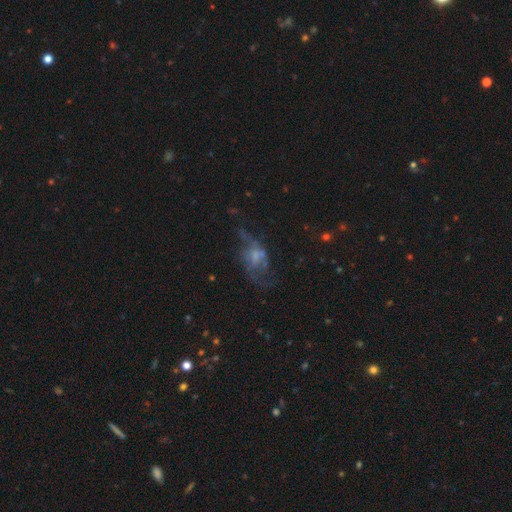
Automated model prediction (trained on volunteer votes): Smooth or featured? featured or disk (52%)
Edge-on disk? no (93%)
Merging? major disturbance (44%)